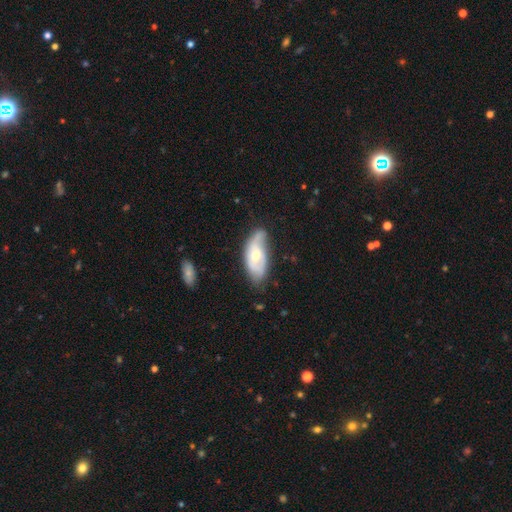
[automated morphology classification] Smooth or featured? Predicted: featured or disk (p=0.59). Edge-on disk? Predicted: no (p=0.90). Bar? Predicted: no (p=0.67). Spiral arms? Predicted: yes (p=0.78). Bulge size? Predicted: moderate (p=0.54). Merging? Predicted: none (p=0.53).